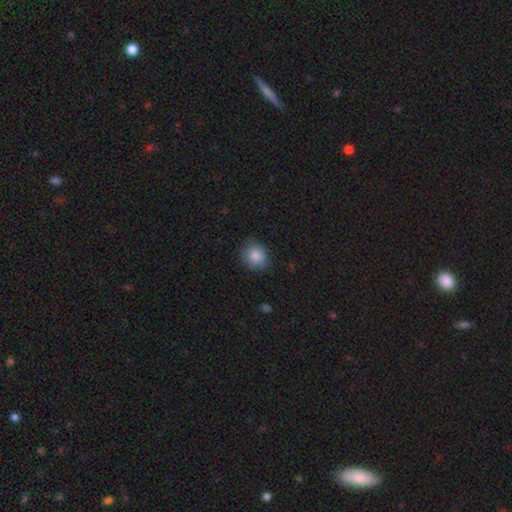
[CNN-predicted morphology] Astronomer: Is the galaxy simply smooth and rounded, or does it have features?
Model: smooth — 86%.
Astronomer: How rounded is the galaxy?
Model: round — 77%.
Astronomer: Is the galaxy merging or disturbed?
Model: none — 79%.